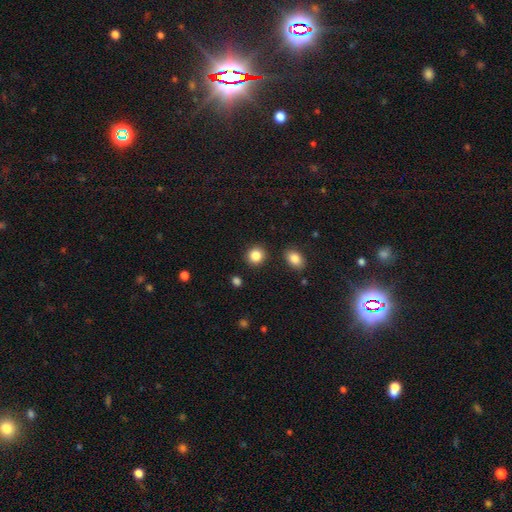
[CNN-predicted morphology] Smooth or featured?
  - smooth: 87% *
  - star or artifact: 9%
  - featured or disk: 4%
How rounded?
  - round: 86% *
  - in between: 13%
  - cigar-shaped: 1%
Merging?
  - none: 88% *
  - minor disturbance: 7%
  - merger: 3%
  - major disturbance: 2%